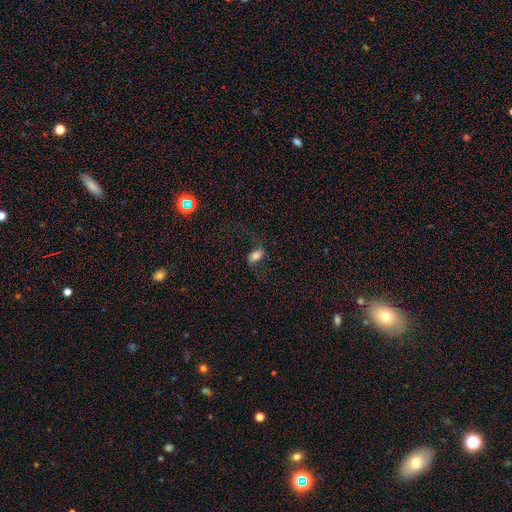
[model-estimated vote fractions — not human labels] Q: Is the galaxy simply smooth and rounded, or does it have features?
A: smooth — 52%.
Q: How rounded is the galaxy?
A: in between — 85%.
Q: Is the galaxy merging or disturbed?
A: none — 66%.